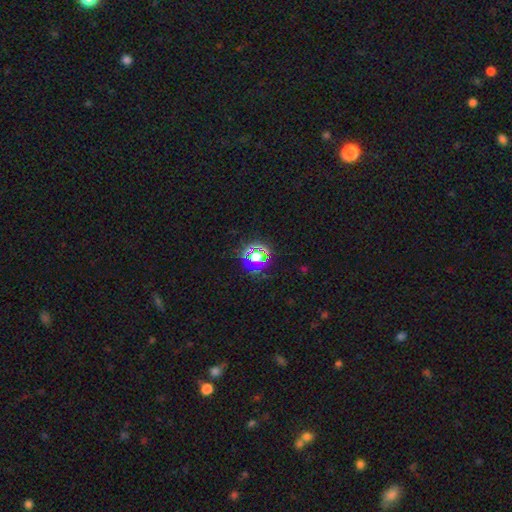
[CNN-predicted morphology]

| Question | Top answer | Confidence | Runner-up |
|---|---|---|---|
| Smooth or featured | star or artifact | 66% | smooth (24%) |